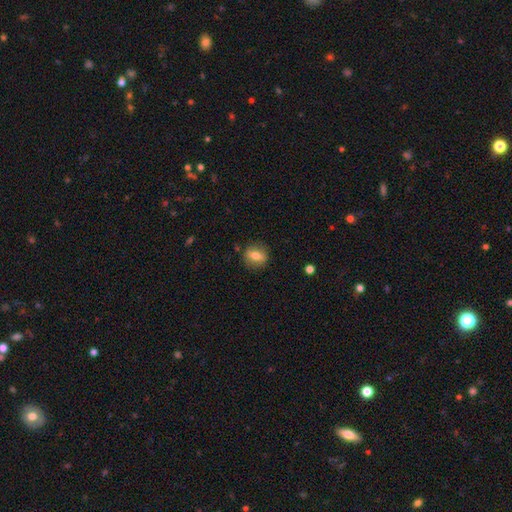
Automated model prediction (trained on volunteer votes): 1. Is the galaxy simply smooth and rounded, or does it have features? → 69% smooth, 22% featured or disk, 8% star or artifact.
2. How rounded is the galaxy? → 53% round, 44% in between, 3% cigar-shaped.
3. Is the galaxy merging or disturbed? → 84% none, 11% minor disturbance, 3% major disturbance, 1% merger.